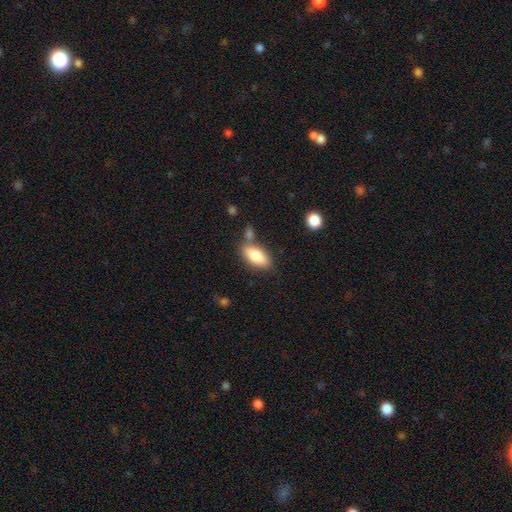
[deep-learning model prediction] Morphology: type=smooth (80%); roundness=in between (85%); merging=none (71%).